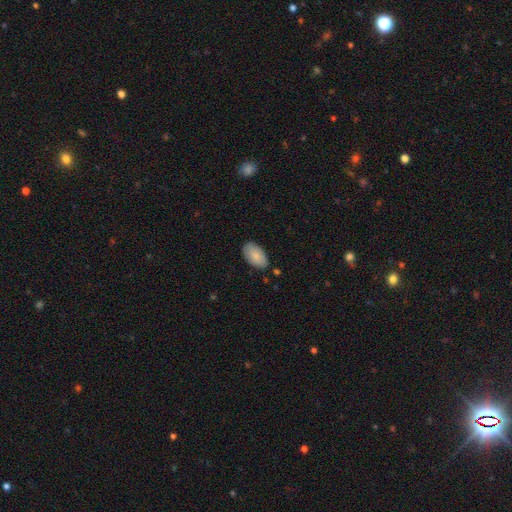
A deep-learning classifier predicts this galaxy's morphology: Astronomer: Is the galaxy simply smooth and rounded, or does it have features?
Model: smooth — 83%.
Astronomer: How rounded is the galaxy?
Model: in between — 95%.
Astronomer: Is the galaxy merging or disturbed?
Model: none — 81%.